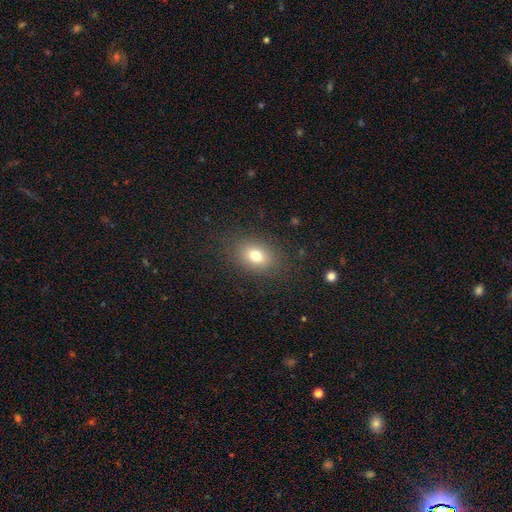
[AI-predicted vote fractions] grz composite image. It shows a smooth galaxy with no disk features (77%) that is in between round and cigar-shaped (70%). Merging: none (84%).